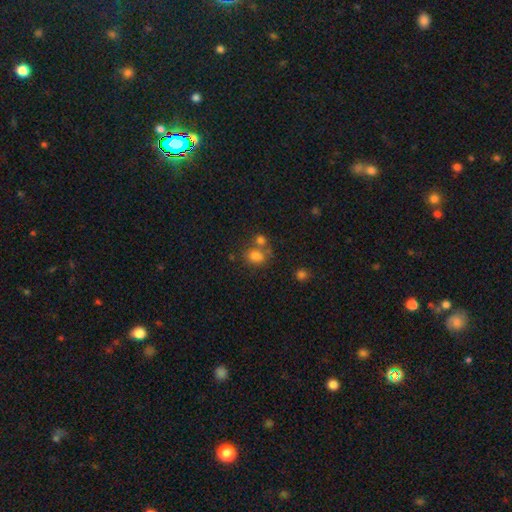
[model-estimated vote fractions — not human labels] Smooth or featured?
  - smooth: 77% *
  - star or artifact: 13%
  - featured or disk: 10%
How rounded?
  - in between: 54% *
  - round: 45%
  - cigar-shaped: 1%
Merging?
  - none: 43% *
  - merger: 35%
  - minor disturbance: 14%
  - major disturbance: 8%